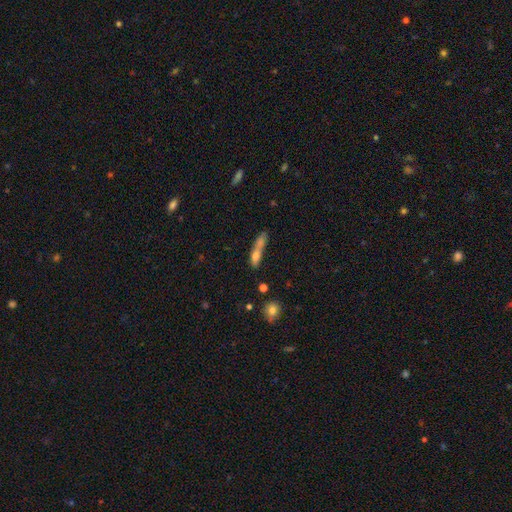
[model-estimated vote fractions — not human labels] smooth 67%, featured or disk 22%, star or artifact 11%. Down the decision tree: how rounded — cigar-shaped (52%); merging — merger (54%).